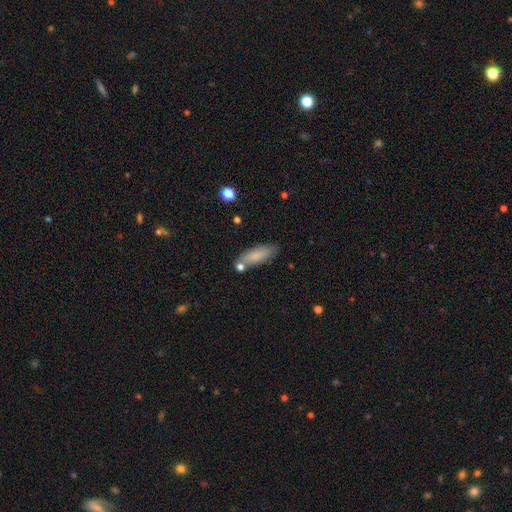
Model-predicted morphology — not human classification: This is clearly a smooth galaxy (81%). How rounded: likely in between (63%). Merging: likely none (71%).